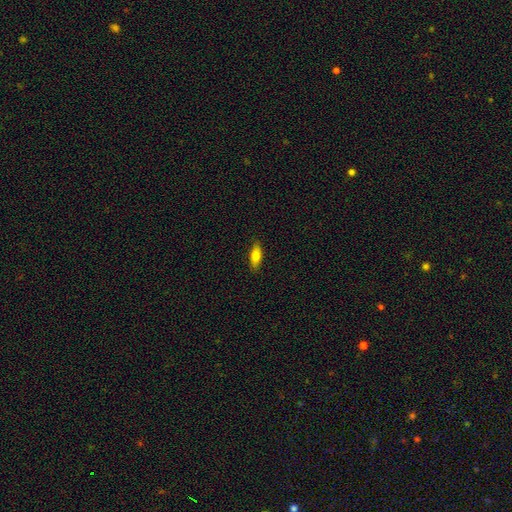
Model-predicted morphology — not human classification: smooth-or-featured: smooth: 77% | featured or disk: 16% | star or artifact: 7%
  how-rounded: in between: 64% | cigar-shaped: 33% | round: 2%
  merging: none: 87% | minor disturbance: 10% | major disturbance: 2% | merger: 1%